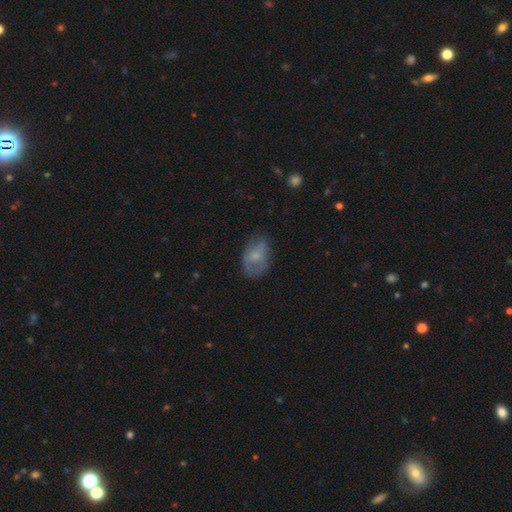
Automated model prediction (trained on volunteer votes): A smooth galaxy with no disk features (55%) that is in between round and cigar-shaped (84%). Merging: none (55%).